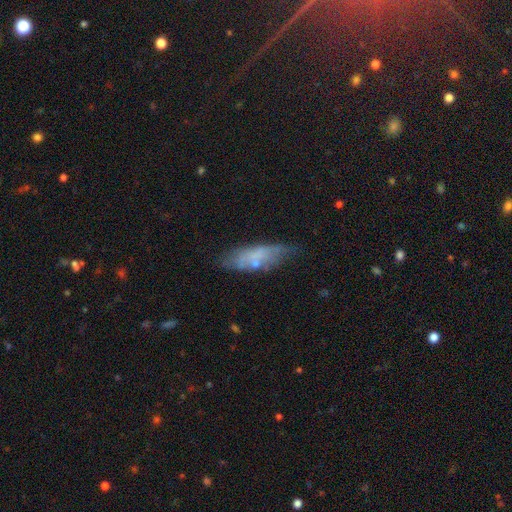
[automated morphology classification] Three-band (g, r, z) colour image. It shows a smooth galaxy with no disk features (57%) that is in between round and cigar-shaped (54%). Merging: none (56%).